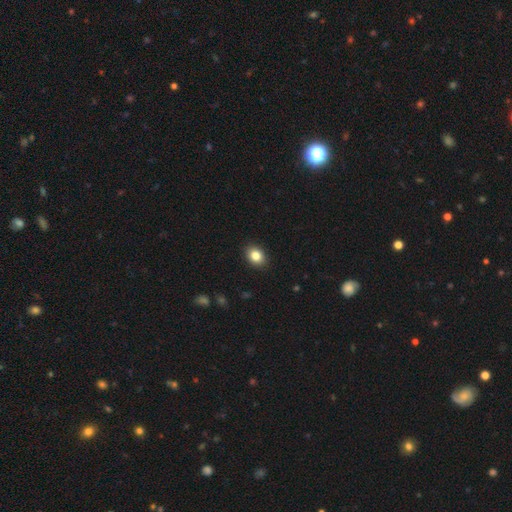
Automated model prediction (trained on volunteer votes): A smooth galaxy with no disk features (83%) that is in between round and cigar-shaped (58%). Merging: none (90%).